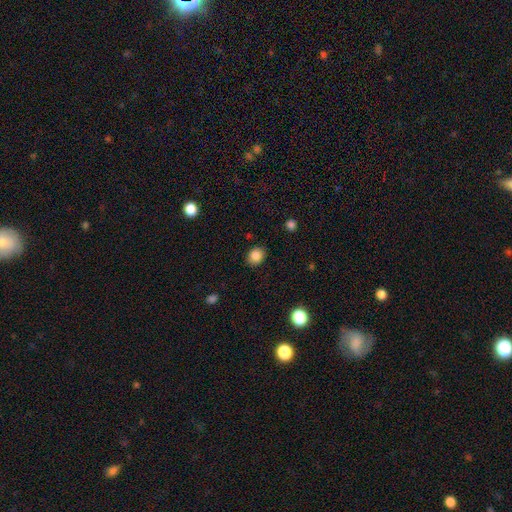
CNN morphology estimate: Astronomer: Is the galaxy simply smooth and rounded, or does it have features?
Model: smooth — 86%.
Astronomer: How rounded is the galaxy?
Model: round — 66%.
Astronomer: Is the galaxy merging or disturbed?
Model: none — 87%.